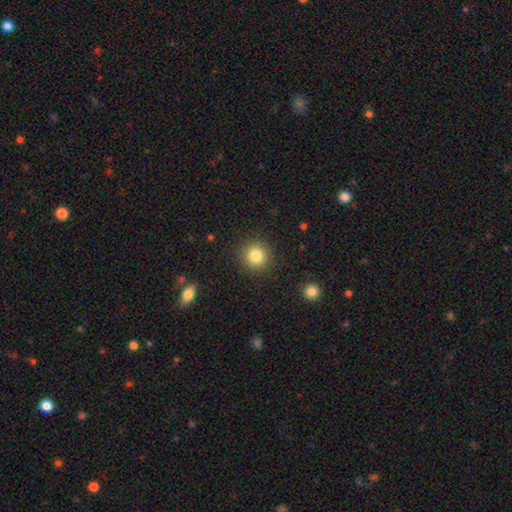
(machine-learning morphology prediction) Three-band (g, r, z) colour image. It shows a smooth galaxy with no disk features (83%) that is round (92%). Merging: none (90%).